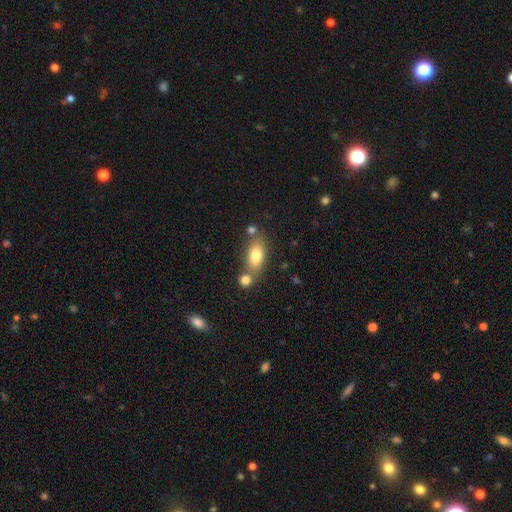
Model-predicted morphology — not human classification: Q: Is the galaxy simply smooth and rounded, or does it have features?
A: smooth — 77%.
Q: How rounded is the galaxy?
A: in between — 83%.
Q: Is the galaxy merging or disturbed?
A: none — 59%.